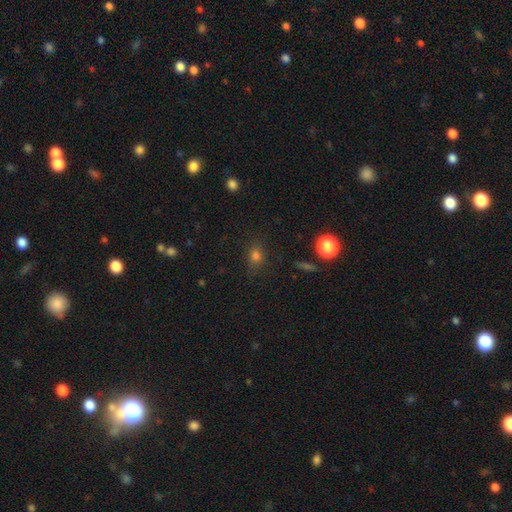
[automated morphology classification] A smooth galaxy with no disk features (74%) that is round (55%). Merging: none (80%).